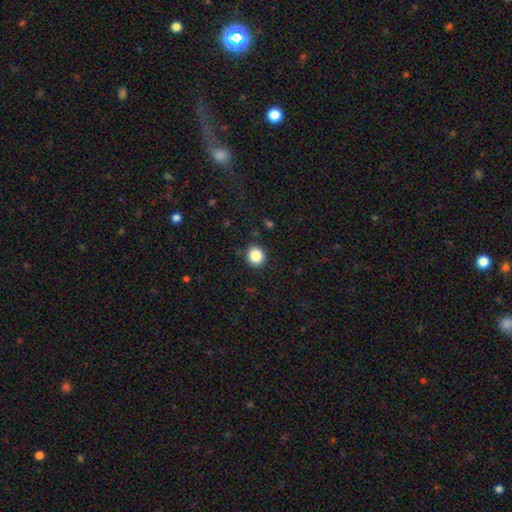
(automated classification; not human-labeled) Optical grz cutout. It shows a smooth galaxy with no disk features (86%) that is round (86%). Merging: none (90%).